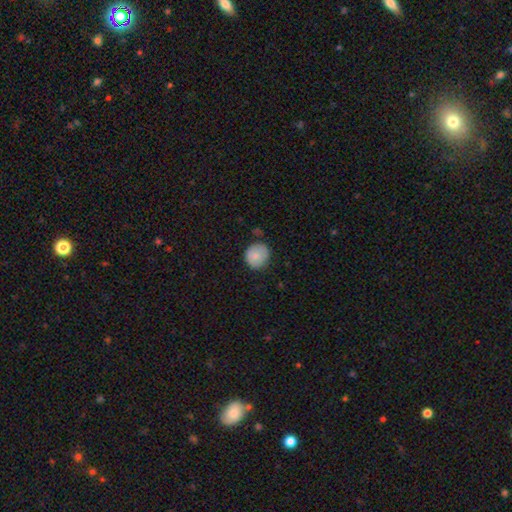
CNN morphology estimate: smooth 82%, featured or disk 10%, star or artifact 7%. Down the decision tree: how rounded — round (85%); merging — none (78%).